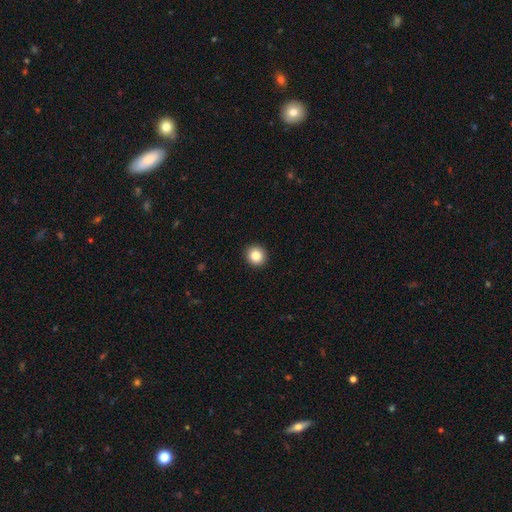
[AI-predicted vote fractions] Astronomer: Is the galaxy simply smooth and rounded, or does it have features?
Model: smooth — 86%.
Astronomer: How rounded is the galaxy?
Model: round — 93%.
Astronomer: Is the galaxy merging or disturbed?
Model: none — 93%.